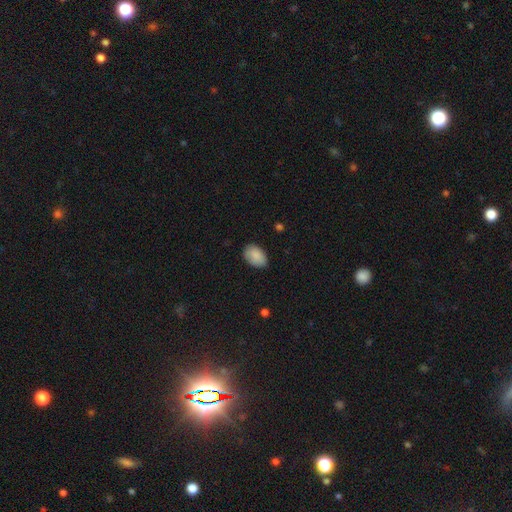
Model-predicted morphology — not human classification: Smooth or featured?
  - smooth: 88% *
  - star or artifact: 7%
  - featured or disk: 5%
How rounded?
  - in between: 88% *
  - round: 11%
  - cigar-shaped: 1%
Merging?
  - none: 81% *
  - minor disturbance: 15%
  - major disturbance: 3%
  - merger: 1%